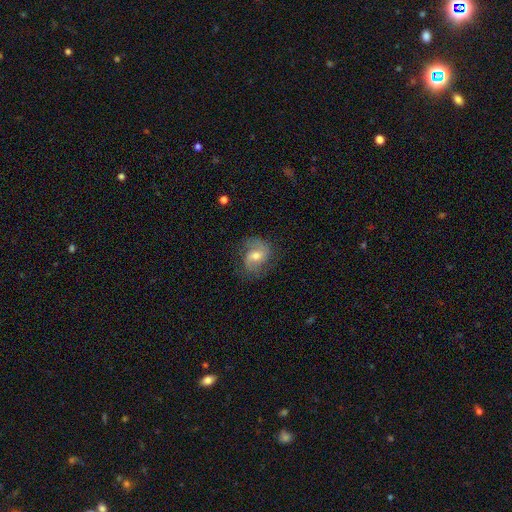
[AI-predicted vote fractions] Smooth or featured?
  - featured or disk: 69% *
  - smooth: 23%
  - star or artifact: 8%
Edge-on disk?
  - no: 97% *
  - yes: 3%
Bar?
  - weak: 49% *
  - no: 37%
  - strong: 14%
Spiral arms?
  - yes: 91% *
  - no: 9%
Spiral winding?
  - medium: 49% *
  - loose: 29%
  - tight: 23%
Spiral arm count?
  - 2: 80% *
  - can't tell: 9%
  - 1: 6%
  - 3: 2%
  - 4: 1%
  - more than 4: 1%
Bulge size?
  - moderate: 62% *
  - small: 29%
  - large: 6%
  - none: 2%
  - dominant: 1%
Merging?
  - none: 70% *
  - minor disturbance: 19%
  - major disturbance: 10%
  - merger: 1%